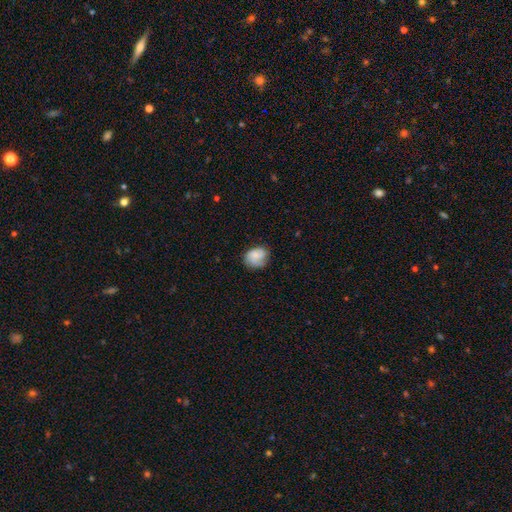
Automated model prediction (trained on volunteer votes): This is possibly a smooth galaxy (58%). How rounded: possibly round (50%). Merging: likely none (63%).